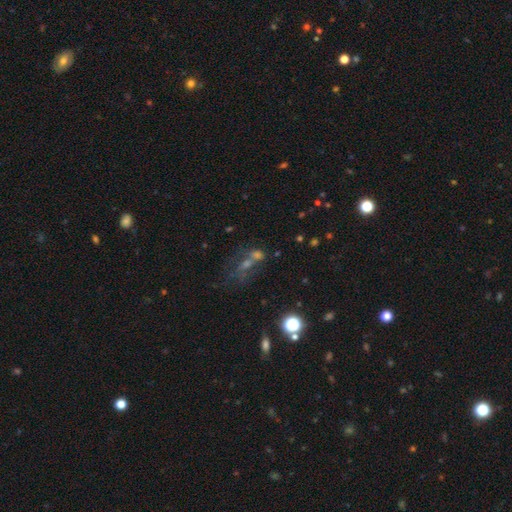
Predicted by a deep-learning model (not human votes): This appears to be a smooth galaxy with no disk features (36%, tied with star or artifact). Merging: merger (43%).